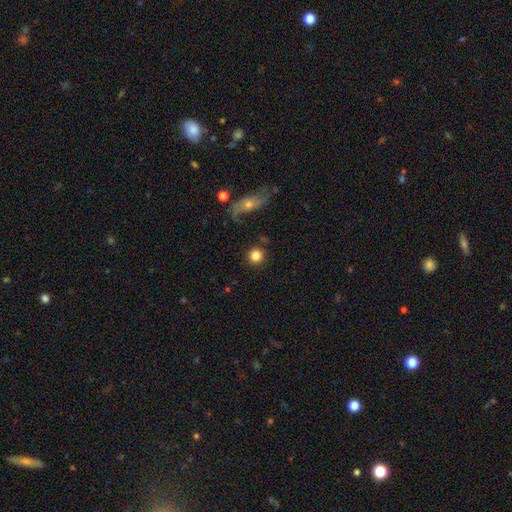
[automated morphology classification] This appears to be a smooth galaxy with no disk features (83%) that is round (94%). Merging: none (85%).